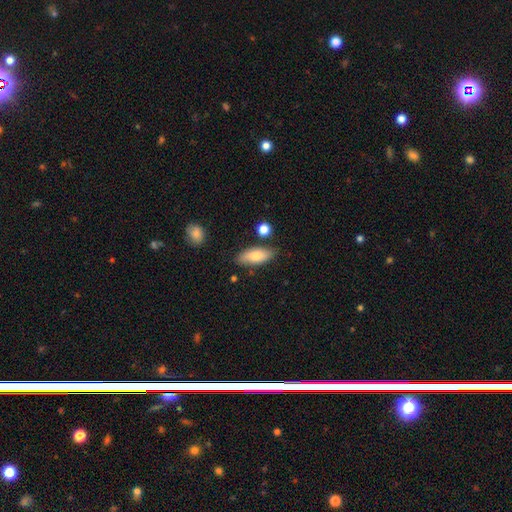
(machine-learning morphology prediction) Smooth or featured? Predicted: smooth (p=0.77). How rounded? Predicted: in between (p=0.78). Merging? Predicted: none (p=0.80).